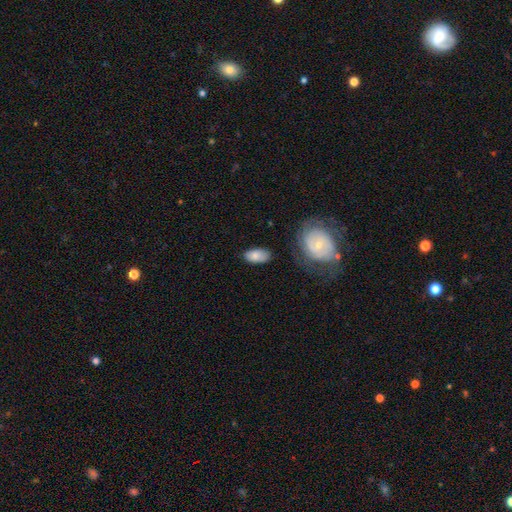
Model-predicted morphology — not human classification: type=smooth (79%); roundness=in between (92%); merging=none (74%).